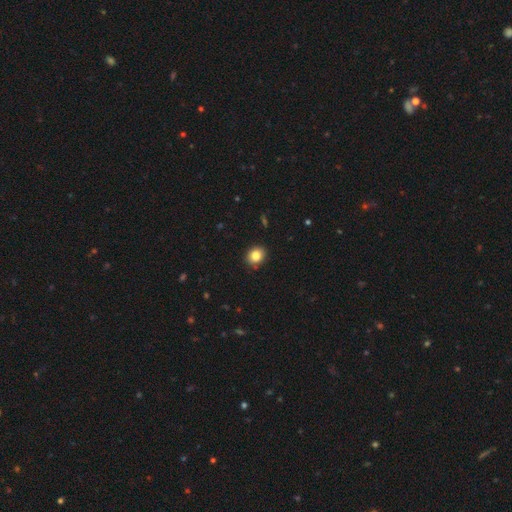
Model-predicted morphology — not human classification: Overall: smooth (84%). How rounded: round (67%; in between 32%). Merging: none (88%).